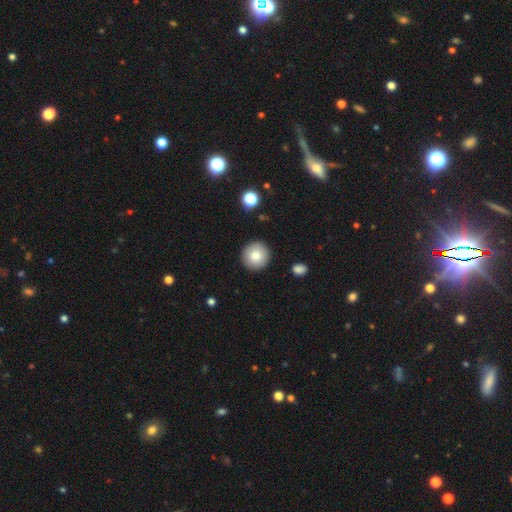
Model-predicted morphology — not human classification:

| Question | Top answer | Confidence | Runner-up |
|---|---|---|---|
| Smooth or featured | smooth | 81% | featured or disk (11%) |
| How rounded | round | 96% | in between (3%) |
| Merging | none | 91% | minor disturbance (6%) |